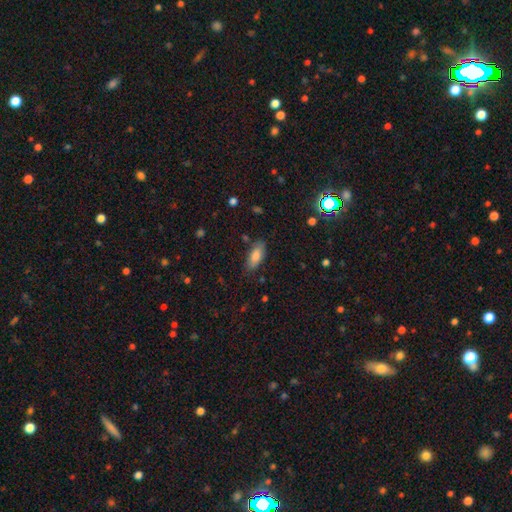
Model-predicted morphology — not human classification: smooth-or-featured: smooth: 80% | featured or disk: 11% | star or artifact: 8%
  how-rounded: in between: 80% | cigar-shaped: 17% | round: 2%
  merging: none: 81% | minor disturbance: 14% | major disturbance: 3% | merger: 2%